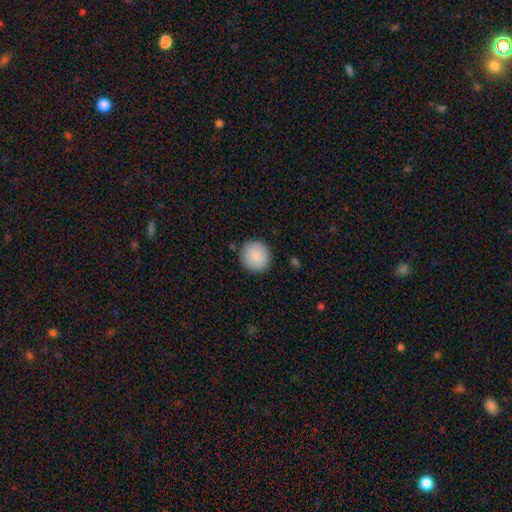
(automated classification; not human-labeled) The model was most divided on "merging": none: 88%, minor disturbance: 8%, major disturbance: 2%, merger: 2%. More confident: how rounded — round (91%); smooth or featured — smooth (88%).